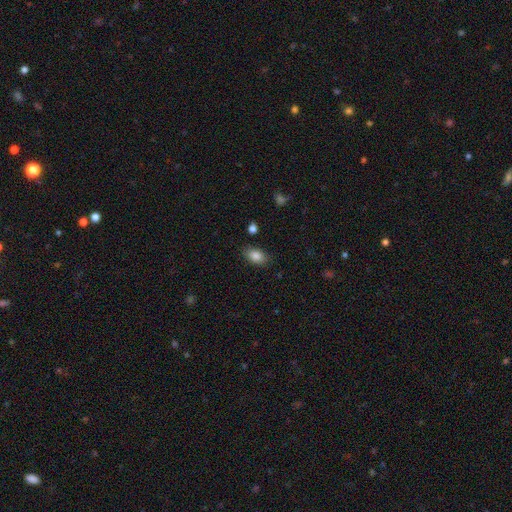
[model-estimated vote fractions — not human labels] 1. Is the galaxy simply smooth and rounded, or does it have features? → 85% smooth, 8% star or artifact, 6% featured or disk.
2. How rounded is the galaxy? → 88% in between, 10% round, 2% cigar-shaped.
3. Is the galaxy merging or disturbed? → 84% none, 12% minor disturbance, 3% major disturbance, 2% merger.